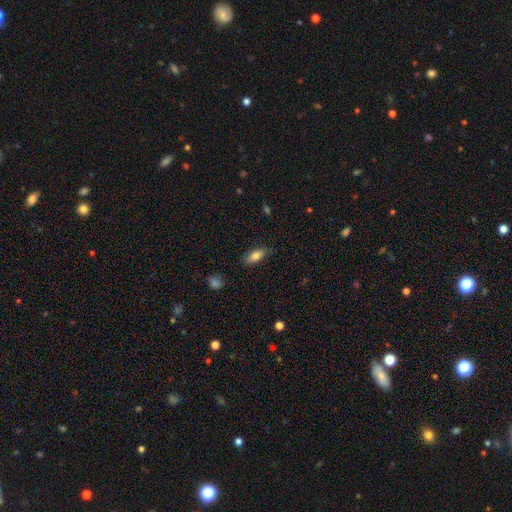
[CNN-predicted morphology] A smooth galaxy with no disk features (76%) that is in between round and cigar-shaped (79%).

Vote fractions:
- Smooth or featured? smooth: 76% / featured or disk: 17% / star or artifact: 7%
- How rounded? in between: 79% / cigar-shaped: 17% / round: 3%
- Merging? none: 81% / minor disturbance: 15% / major disturbance: 3% / merger: 1%